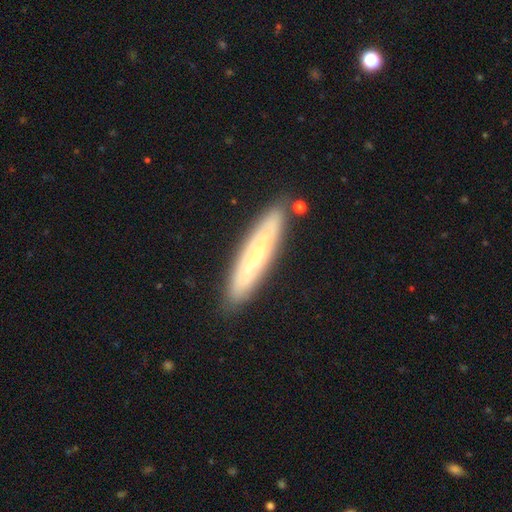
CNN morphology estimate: This is possibly a featured or disk galaxy (55%). It is possibly viewed edge-on (59%). Merging: clearly none (86%).